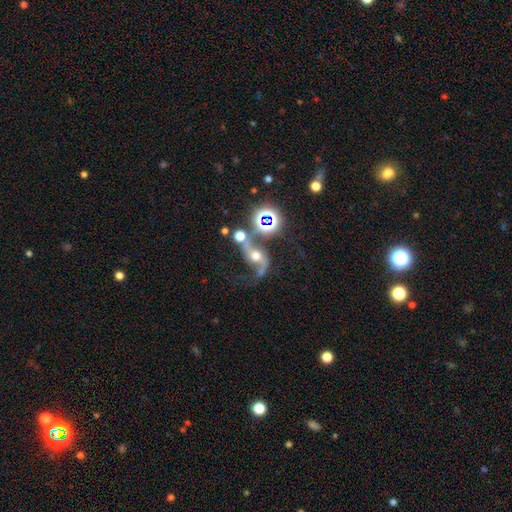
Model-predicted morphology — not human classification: featured or disk 71%, star or artifact 18%, smooth 11%. Down the decision tree: edge-on disk — no (96%); bar — no (56%); spiral arms — yes (92%); spiral arm count — 2 (89%); spiral winding — loose (79%); bulge size — moderate (64%); merging — none (44%).